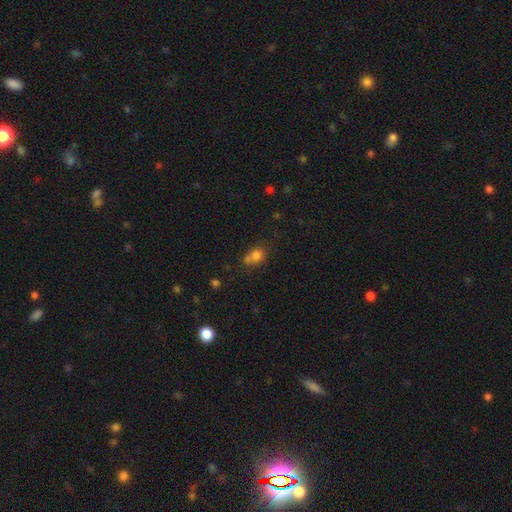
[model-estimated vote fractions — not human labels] Smooth or featured: smooth — 76% (star or artifact — 14%)
How rounded: round — 57% (in between — 41%)
Merging: none — 44% (merger — 30%)